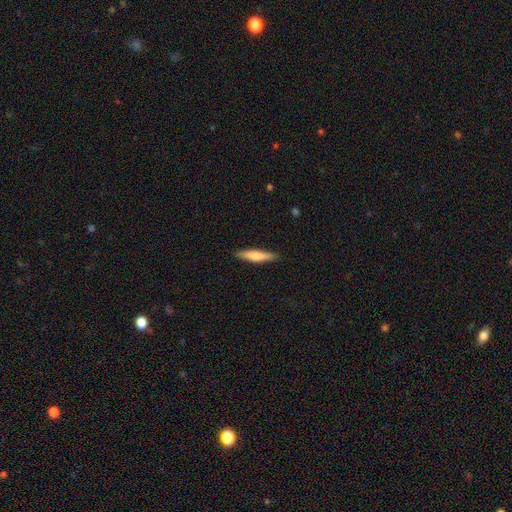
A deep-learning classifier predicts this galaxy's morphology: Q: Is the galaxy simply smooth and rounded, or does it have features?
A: smooth — 72%.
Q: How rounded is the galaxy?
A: cigar-shaped — 87%.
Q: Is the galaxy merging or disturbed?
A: none — 88%.